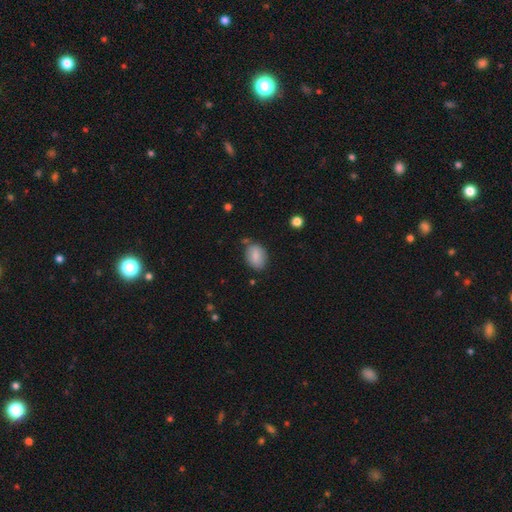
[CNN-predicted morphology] This is clearly a smooth galaxy (83%). How rounded: likely in between (76%). Merging: likely none (72%).